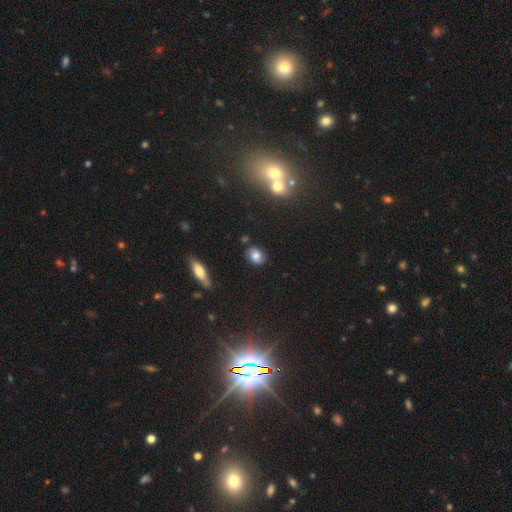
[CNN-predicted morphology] Smooth or featured: smooth — 77% (featured or disk — 11%)
How rounded: in between — 49% (tied with round — 49%)
Merging: none — 82% (minor disturbance — 13%)